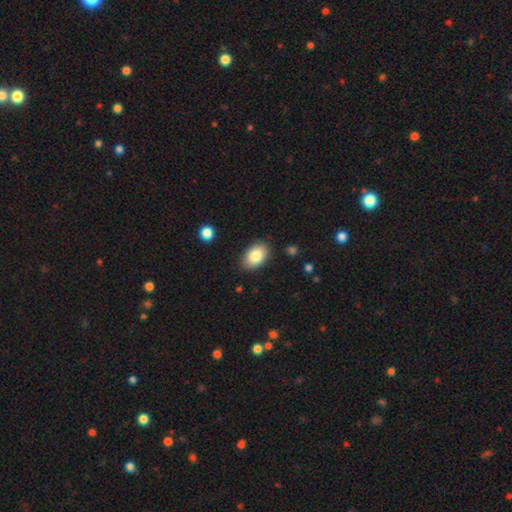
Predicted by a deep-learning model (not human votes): smooth-or-featured: smooth: 84% | featured or disk: 9% | star or artifact: 7%
  how-rounded: in between: 87% | round: 12% | cigar-shaped: 1%
  merging: none: 86% | minor disturbance: 10% | major disturbance: 2% | merger: 1%